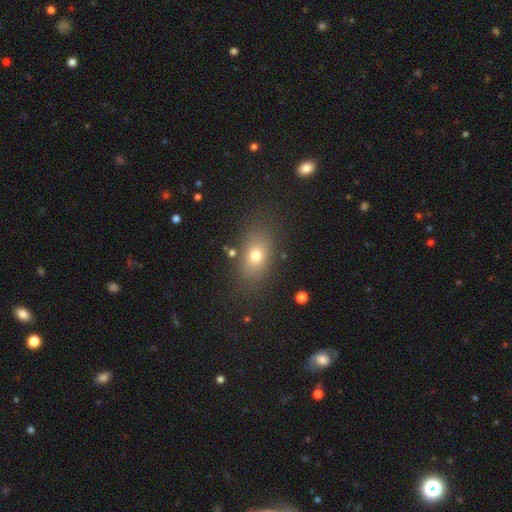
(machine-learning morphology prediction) Smooth or featured?
  - smooth: 72% *
  - featured or disk: 14%
  - star or artifact: 14%
How rounded?
  - in between: 77% *
  - round: 19%
  - cigar-shaped: 3%
Merging?
  - none: 81% *
  - minor disturbance: 11%
  - major disturbance: 5%
  - merger: 3%